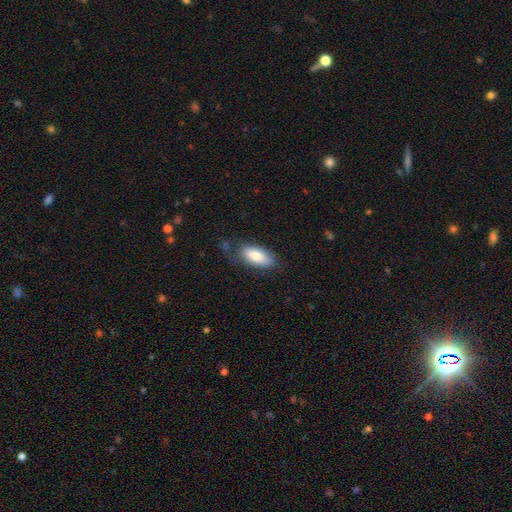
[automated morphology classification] Overall: smooth (78%). How rounded: in between (86%). Merging: none (65%).